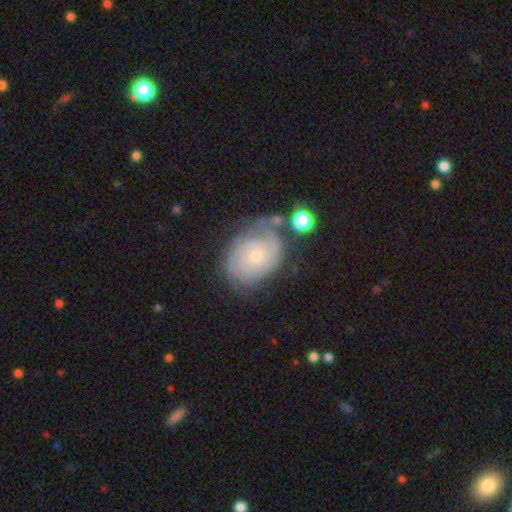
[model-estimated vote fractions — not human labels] A featured or disk galaxy (81%) with no bar (75%), 2 (33%) tight (71%) spiral arms (95%) and a small central bulge (65%).

Vote fractions:
- Smooth or featured? featured or disk: 81% / smooth: 12% / star or artifact: 6%
- Edge-on disk? no: 97% / yes: 3%
- Bar? no: 75% / weak: 22% / strong: 3%
- Spiral arms? yes: 95% / no: 5%
- Spiral winding? tight: 71% / medium: 23% / loose: 6%
- Spiral arm count? 2: 33% / can't tell: 32% / 3: 18% / 4: 7% / 1: 5% / more than 4: 5%
- Bulge size? small: 65% / moderate: 30% / none: 2% / large: 2% / dominant: 1%
- Merging? none: 61% / minor disturbance: 23% / major disturbance: 11% / merger: 6%